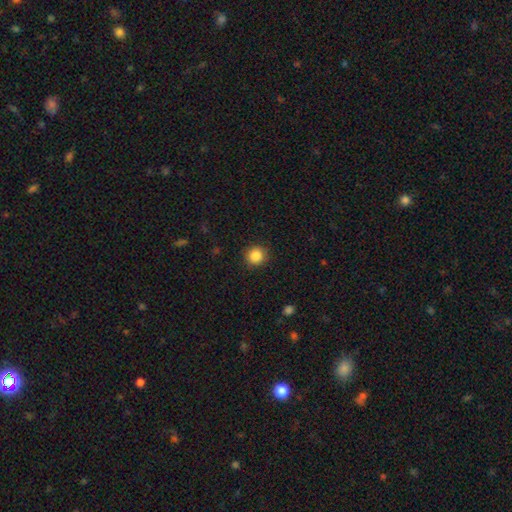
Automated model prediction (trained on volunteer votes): The model was most divided on "smooth or featured": smooth: 86%, star or artifact: 10%, featured or disk: 4%. More confident: how rounded — round (93%); merging — none (91%).